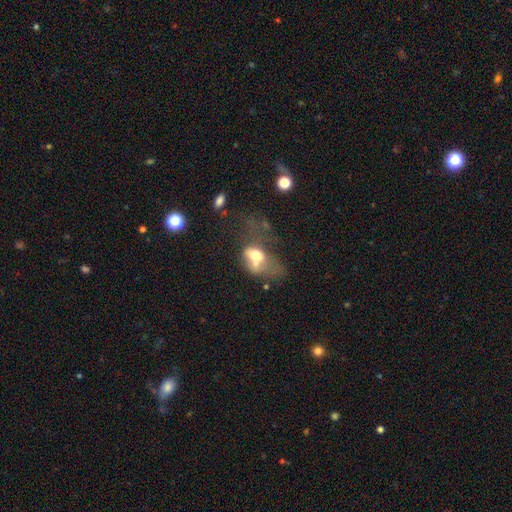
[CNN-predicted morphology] This appears to be a smooth galaxy with no disk features (56%) that is in between round and cigar-shaped (75%). Merging: major disturbance (42%).